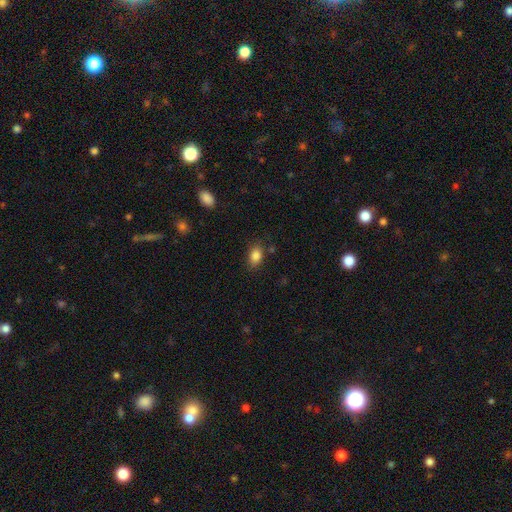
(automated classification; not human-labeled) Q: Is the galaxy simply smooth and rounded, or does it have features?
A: smooth — 85%.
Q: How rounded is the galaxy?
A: in between — 81%.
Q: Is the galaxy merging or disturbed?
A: none — 79%.